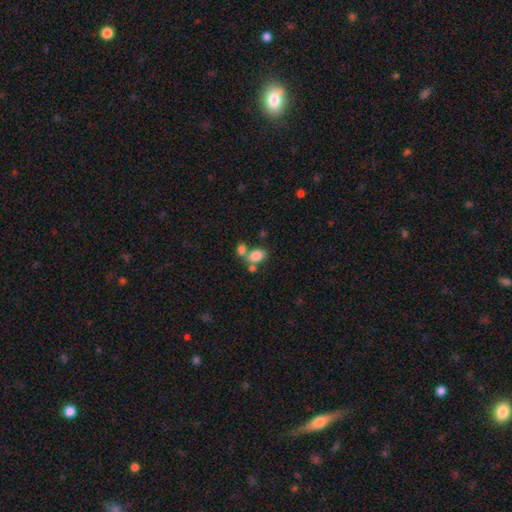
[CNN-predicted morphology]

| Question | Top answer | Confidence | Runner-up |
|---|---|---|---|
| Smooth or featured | smooth | 82% | star or artifact (9%) |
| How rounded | in between | 85% | round (14%) |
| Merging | merger | 45% | none (39%) |